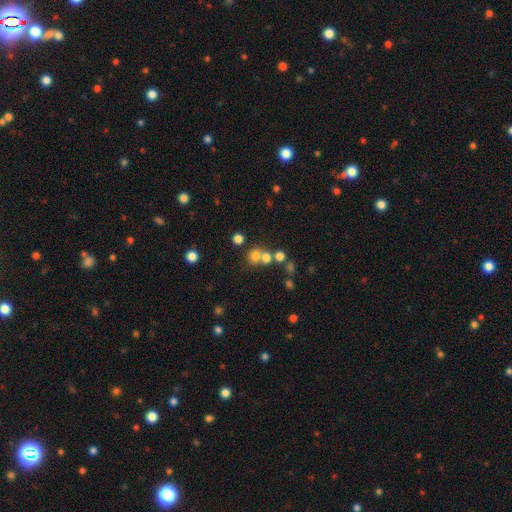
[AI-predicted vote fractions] Morphology: type=smooth (70%); roundness=round (74%); merging=none (49%).